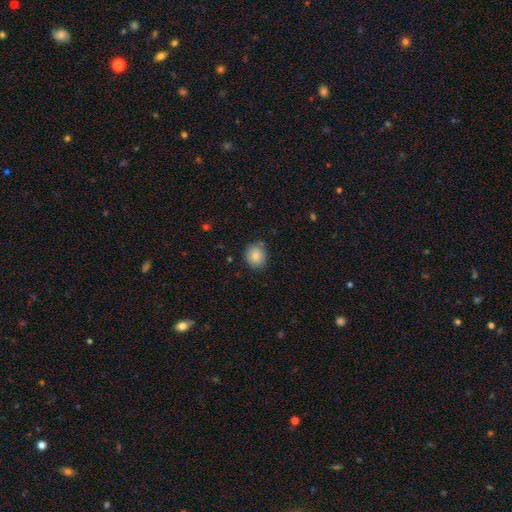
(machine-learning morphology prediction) This is clearly a smooth galaxy (84%). How rounded: likely round (77%). Merging: clearly none (82%).